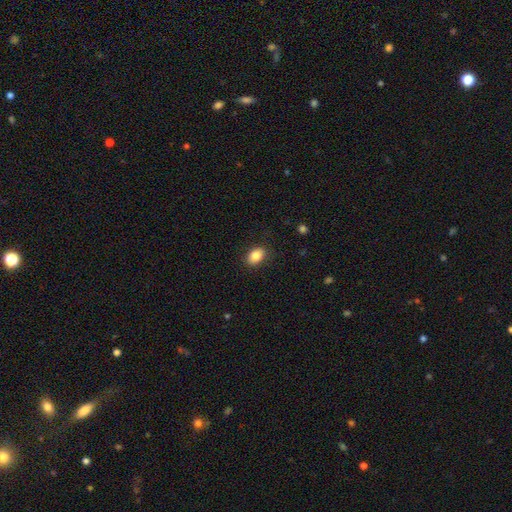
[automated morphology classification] Smooth or featured? smooth (85%)
How rounded? in between (81%)
Merging? none (86%)